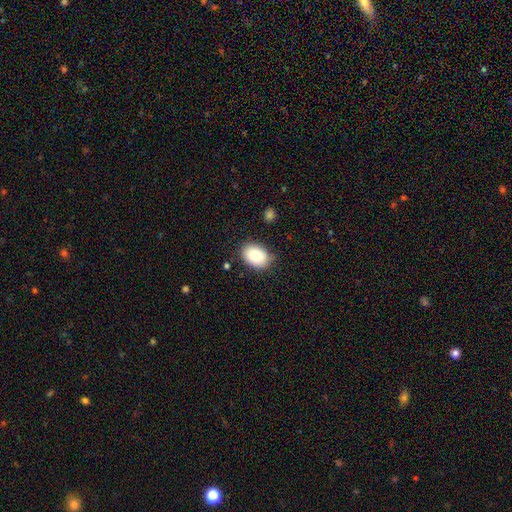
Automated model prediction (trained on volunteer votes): smooth_or_featured: smooth (p=0.89) [alt: star or artifact p=0.07]
how_rounded: in between (p=0.80) [alt: round p=0.19]
merging: none (p=0.78) [alt: minor disturbance p=0.16]